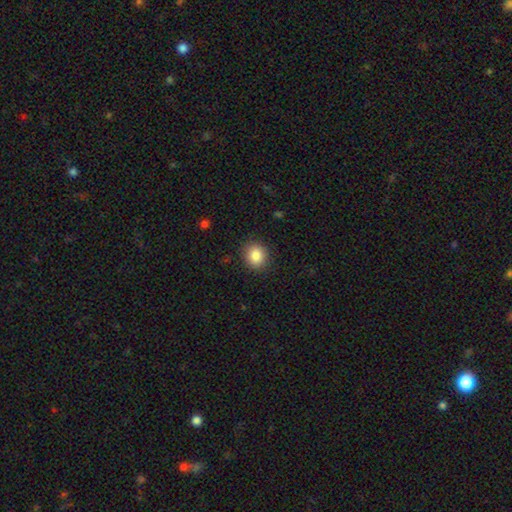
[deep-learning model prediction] This is clearly a smooth galaxy (85%). How rounded: likely round (75%). Merging: clearly none (89%).